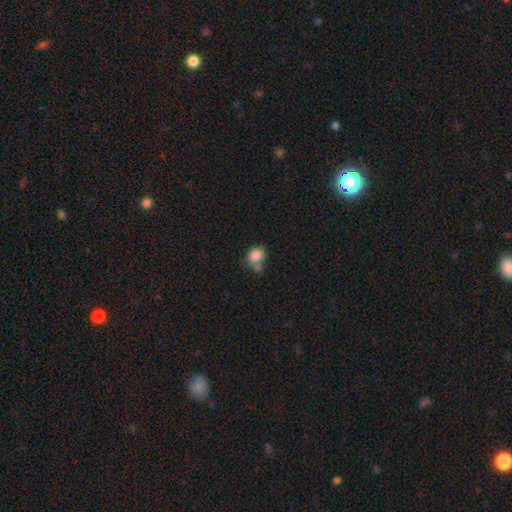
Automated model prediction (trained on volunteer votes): smooth-or-featured: smooth: 83% | star or artifact: 10% | featured or disk: 7%
  how-rounded: round: 52% | in between: 47% | cigar-shaped: 1%
  merging: none: 43% | merger: 31% | minor disturbance: 18% | major disturbance: 7%